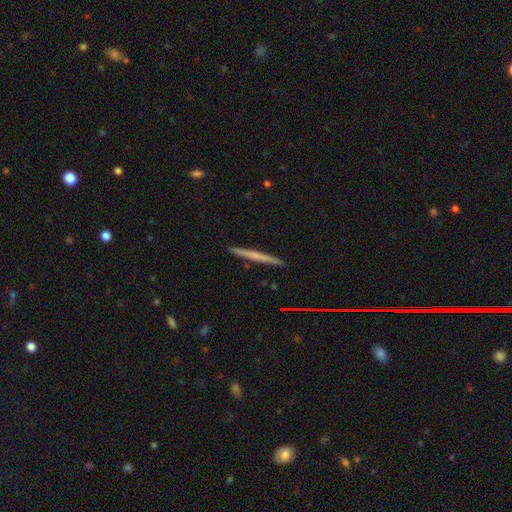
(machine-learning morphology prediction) Smooth or featured: smooth — 49% (featured or disk — 45%)
Merging: none — 92% (minor disturbance — 5%)